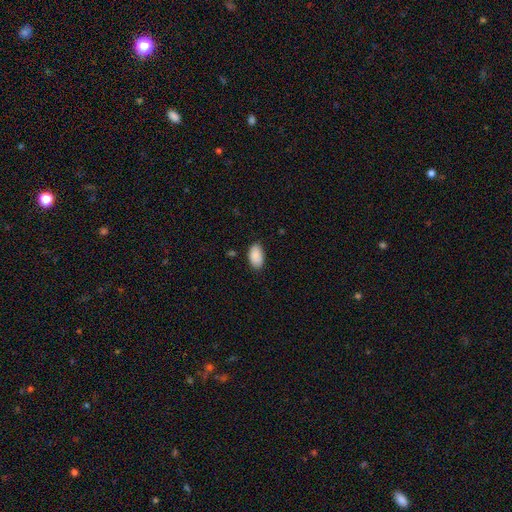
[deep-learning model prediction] Smooth or featured? smooth (90%)
How rounded? in between (95%)
Merging? none (84%)